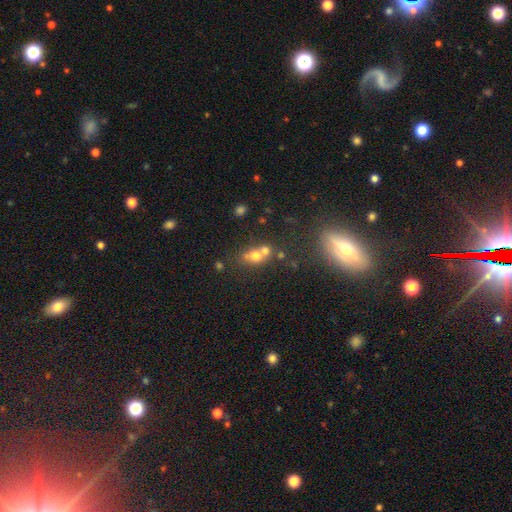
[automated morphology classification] Q: Smooth or featured?
A: smooth (66%); runner-up: featured or disk (19%)
Q: How rounded?
A: round (62%); runner-up: in between (36%)
Q: Merging?
A: merger (52%); runner-up: none (34%)